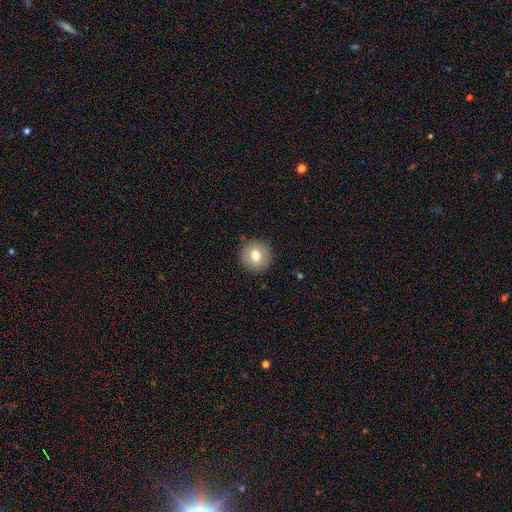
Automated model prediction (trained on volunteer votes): This appears to be a smooth galaxy with no disk features (76%) that is round (94%). Merging: none (89%).